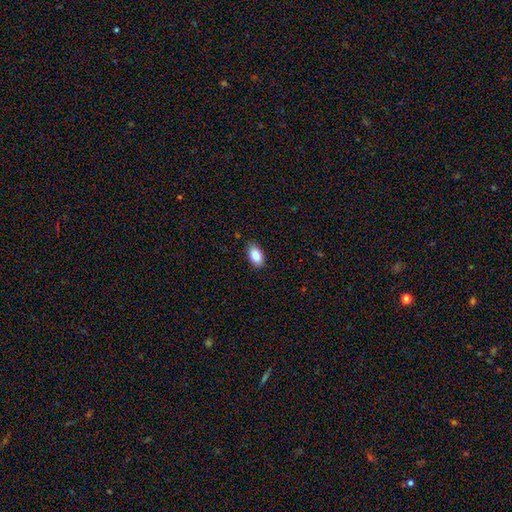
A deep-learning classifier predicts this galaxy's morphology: Q: Smooth or featured?
A: smooth (87%); runner-up: star or artifact (7%)
Q: How rounded?
A: in between (94%); runner-up: round (5%)
Q: Merging?
A: none (86%); runner-up: minor disturbance (11%)